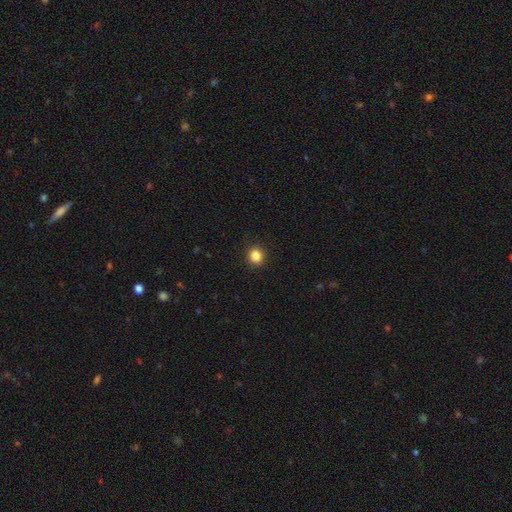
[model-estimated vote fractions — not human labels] smooth-or-featured: smooth: 85% | star or artifact: 11% | featured or disk: 4%
  how-rounded: round: 86% | in between: 13% | cigar-shaped: 1%
  merging: none: 92% | minor disturbance: 6% | major disturbance: 2% | merger: 1%